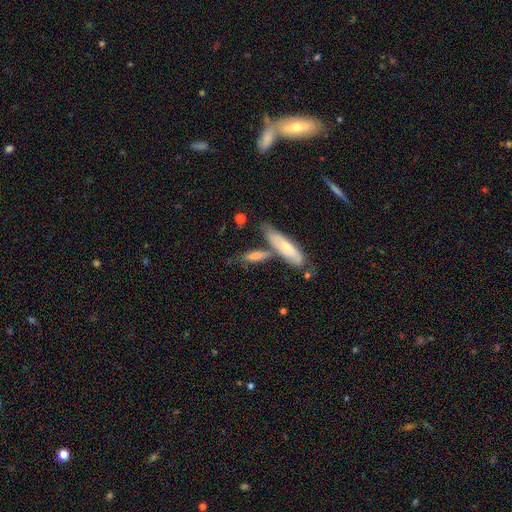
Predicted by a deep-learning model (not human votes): The model was most divided on "merging": none: 50%, merger: 30%, minor disturbance: 15%, major disturbance: 5%. More confident: how rounded — cigar-shaped (62%); smooth or featured — smooth (62%).